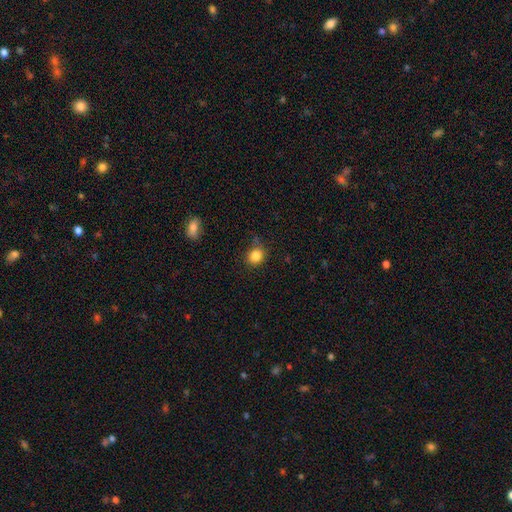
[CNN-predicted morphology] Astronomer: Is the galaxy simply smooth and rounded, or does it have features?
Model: smooth — 84%.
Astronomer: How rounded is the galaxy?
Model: round — 75%.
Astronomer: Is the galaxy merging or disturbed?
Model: none — 74%.